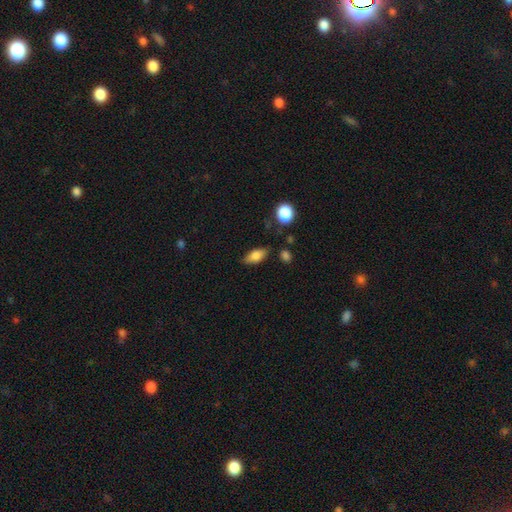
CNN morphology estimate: smooth_or_featured: smooth (p=0.77) [alt: featured or disk p=0.15]
how_rounded: in between (p=0.83) [alt: cigar-shaped p=0.12]
merging: none (p=0.77) [alt: minor disturbance p=0.16]